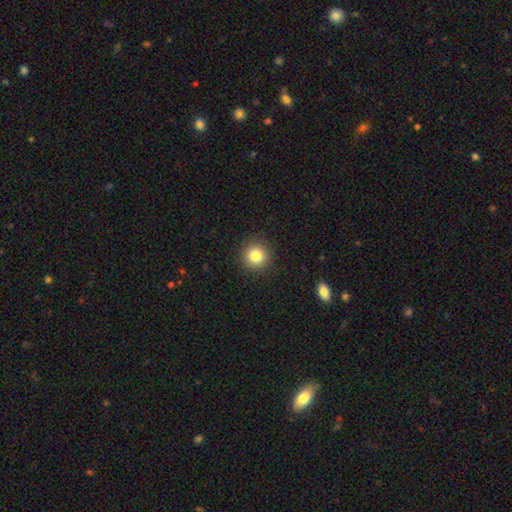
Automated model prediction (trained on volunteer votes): Smooth or featured?
  - smooth: 83% *
  - star or artifact: 11%
  - featured or disk: 6%
How rounded?
  - round: 94% *
  - in between: 5%
  - cigar-shaped: 1%
Merging?
  - none: 91% *
  - minor disturbance: 5%
  - major disturbance: 2%
  - merger: 1%